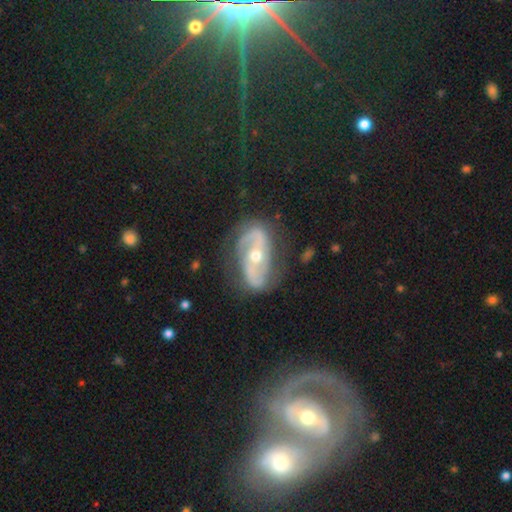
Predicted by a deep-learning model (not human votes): Smooth or featured? Predicted: featured or disk (p=0.84). Edge-on disk? Predicted: no (p=0.95). Bar? Predicted: no (p=0.45). Spiral arms? Predicted: yes (p=0.92). Spiral winding? Predicted: medium (p=0.42). Spiral arm count? Predicted: 2 (p=0.89). Bulge size? Predicted: moderate (p=0.58). Merging? Predicted: none (p=0.71).